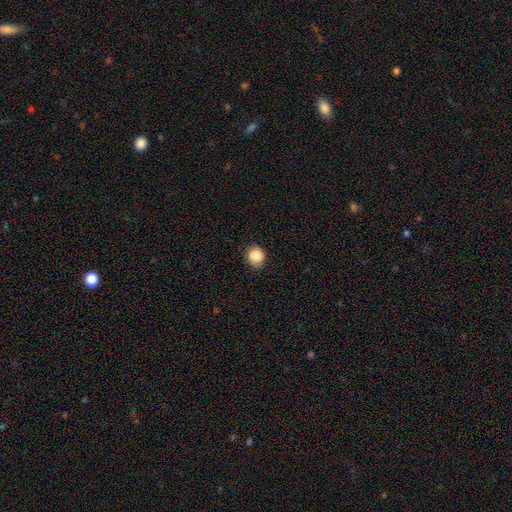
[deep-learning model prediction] The model was most divided on "how rounded": round: 81%, in between: 18%, cigar-shaped: 1%. More confident: smooth or featured — smooth (87%); merging — none (80%).